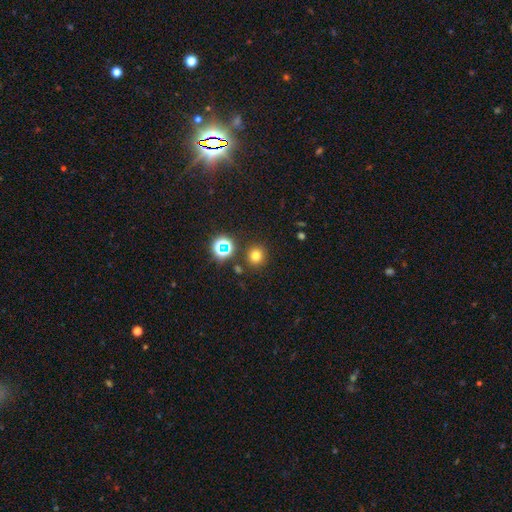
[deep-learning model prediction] Q: Smooth or featured?
A: smooth (72%); runner-up: star or artifact (21%)
Q: How rounded?
A: round (90%); runner-up: in between (9%)
Q: Merging?
A: none (87%); runner-up: minor disturbance (6%)